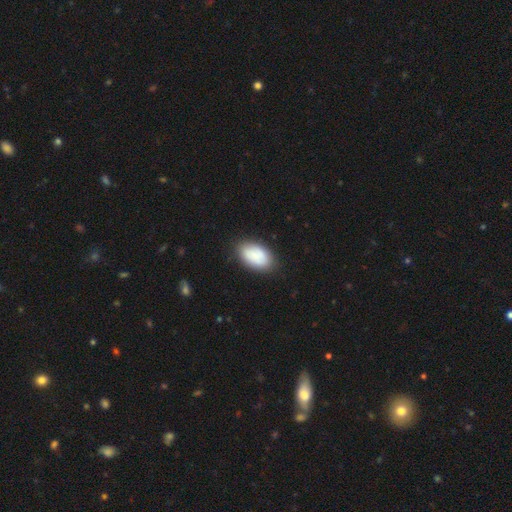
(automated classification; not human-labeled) smooth_or_featured: smooth (p=0.81) [alt: featured or disk p=0.12]
how_rounded: in between (p=0.93) [alt: round p=0.06]
merging: none (p=0.84) [alt: minor disturbance p=0.12]